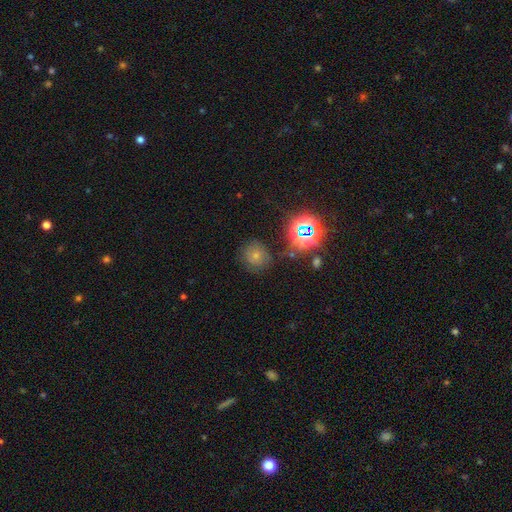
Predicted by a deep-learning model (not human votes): Overall: smooth (60%; star or artifact 26%). How rounded: round (85%). Merging: none (72%).